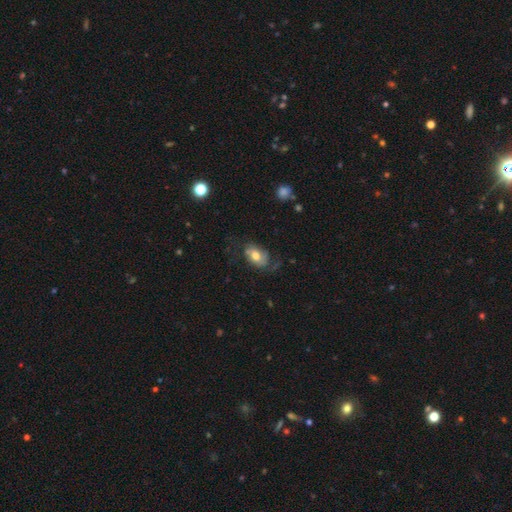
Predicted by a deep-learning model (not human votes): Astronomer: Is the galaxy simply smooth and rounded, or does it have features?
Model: smooth — 54% (runner-up: featured or disk, 38%).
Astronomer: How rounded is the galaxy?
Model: in between — 84%.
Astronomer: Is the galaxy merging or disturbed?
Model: none — 49% (runner-up: minor disturbance, 26%).